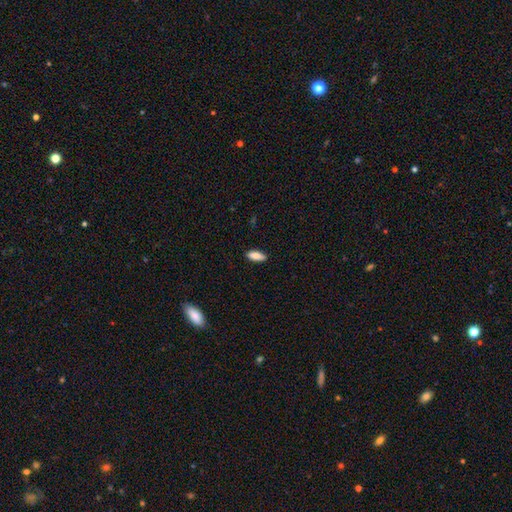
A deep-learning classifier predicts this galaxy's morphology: This appears to be a smooth galaxy with no disk features (85%) that is in between round and cigar-shaped (76%). Merging: none (87%).